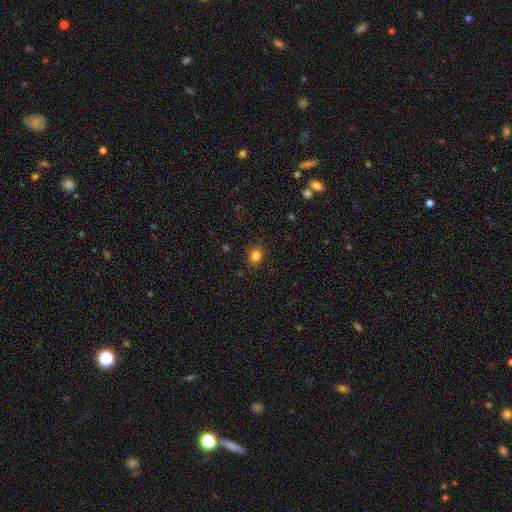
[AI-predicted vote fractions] This is clearly a smooth galaxy (83%). How rounded: likely round (71%). Merging: clearly none (86%).